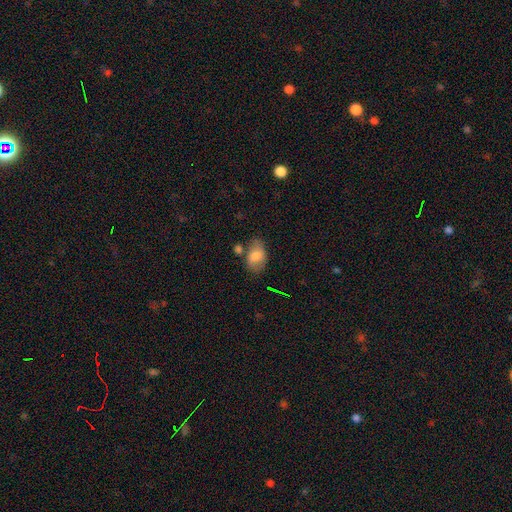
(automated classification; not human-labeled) This is likely a smooth galaxy (72%). How rounded: clearly in between (85%). Merging: likely none (61%).